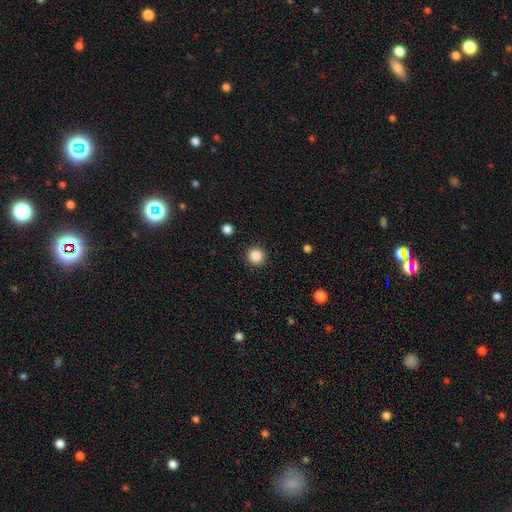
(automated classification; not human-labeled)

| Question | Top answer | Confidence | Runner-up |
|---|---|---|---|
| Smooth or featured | smooth | 86% | star or artifact (11%) |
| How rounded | round | 95% | in between (4%) |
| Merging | none | 92% | minor disturbance (5%) |